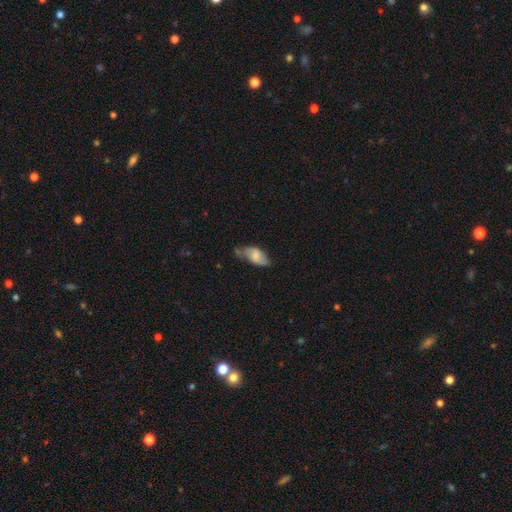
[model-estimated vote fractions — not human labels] Smooth or featured? Predicted: smooth (p=0.58). How rounded? Predicted: in between (p=0.90). Merging? Predicted: none (p=0.44).